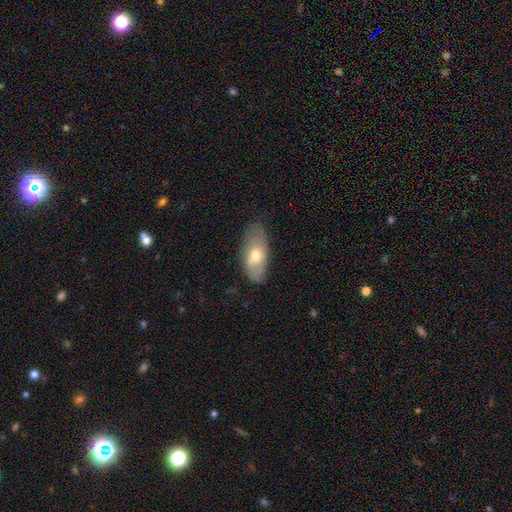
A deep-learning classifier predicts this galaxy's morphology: Smooth or featured? Predicted: smooth (p=0.57). How rounded? Predicted: in between (p=0.88). Merging? Predicted: none (p=0.65).